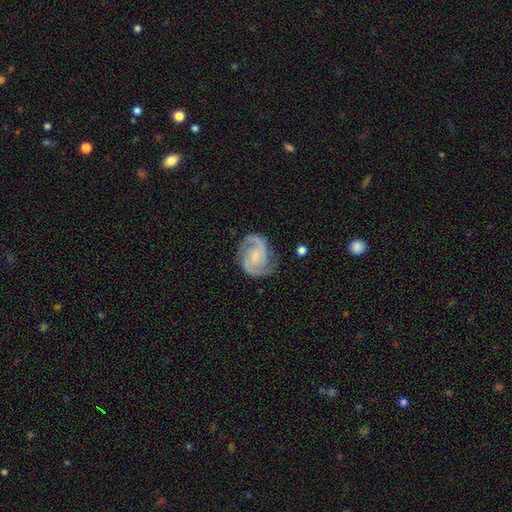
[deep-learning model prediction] Morphology: type=featured or disk (90%); edge-on=no (98%); bar=no (52%); spiral arms=yes (98%); winding=medium (52%); arm count=2 (88%); bulge=small (61%); merging=none (78%).